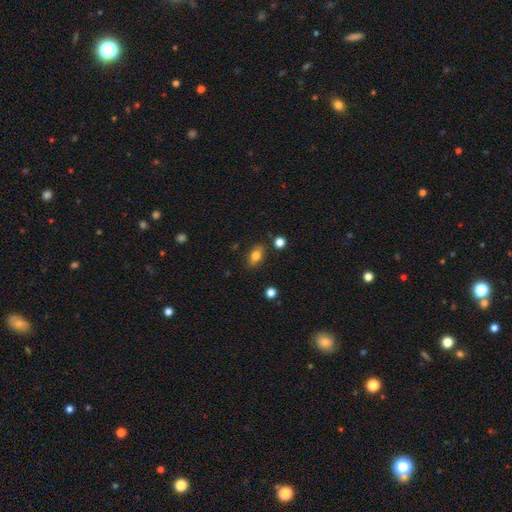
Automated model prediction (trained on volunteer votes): smooth 78%, featured or disk 13%, star or artifact 10%. Down the decision tree: how rounded — in between (82%); merging — none (81%).